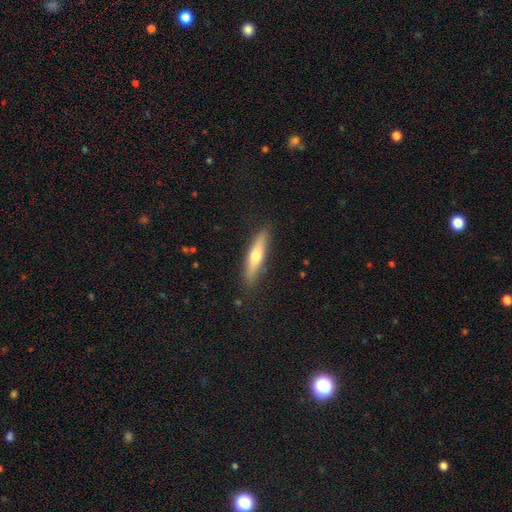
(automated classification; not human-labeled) Q: Smooth or featured?
A: smooth (54%); runner-up: featured or disk (40%)
Q: How rounded?
A: cigar-shaped (80%); runner-up: in between (19%)
Q: Merging?
A: none (87%); runner-up: minor disturbance (10%)